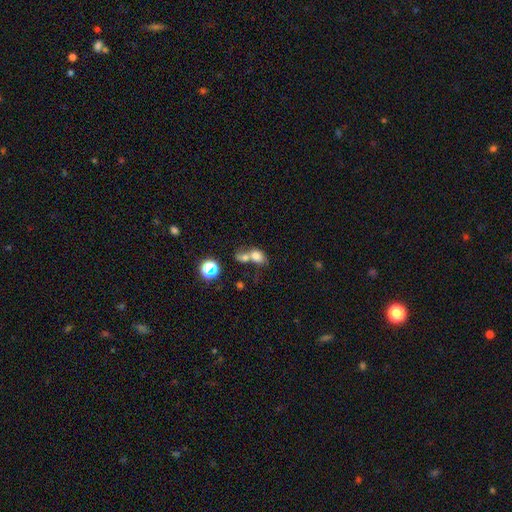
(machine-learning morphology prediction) type=smooth (73%); roundness=in between (60%); merging=merger (63%).